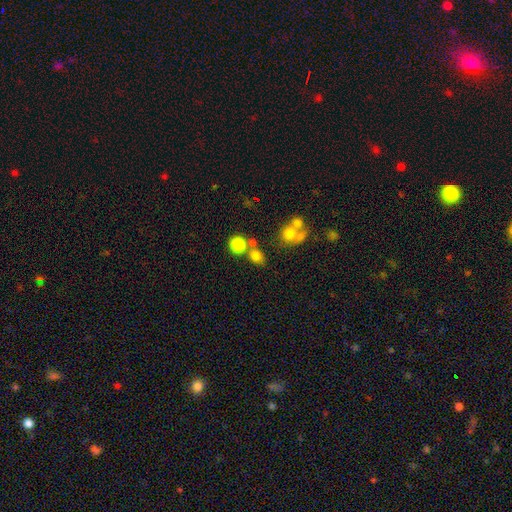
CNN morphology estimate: A smooth galaxy with no disk features (77%) that is round (73%).

Vote fractions:
- Smooth or featured? smooth: 77% / star or artifact: 14% / featured or disk: 9%
- How rounded? round: 73% / in between: 25% / cigar-shaped: 1%
- Merging? none: 57% / merger: 28% / minor disturbance: 10% / major disturbance: 5%